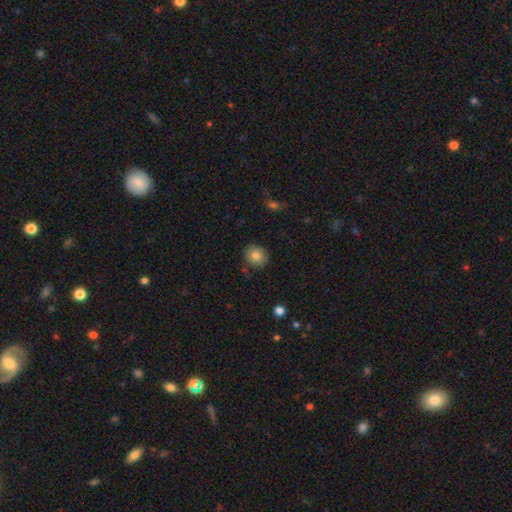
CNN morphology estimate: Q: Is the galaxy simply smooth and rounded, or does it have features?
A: smooth — 82%.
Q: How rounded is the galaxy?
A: round — 78%.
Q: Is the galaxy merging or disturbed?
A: none — 84%.